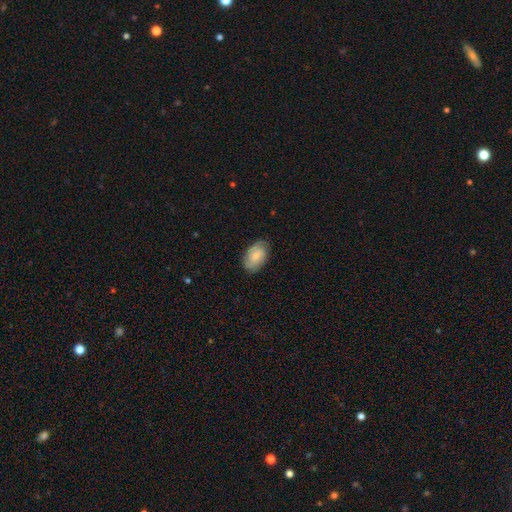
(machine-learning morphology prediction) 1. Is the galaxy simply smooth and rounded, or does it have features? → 56% smooth, 37% featured or disk, 7% star or artifact.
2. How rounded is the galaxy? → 91% in between, 7% round, 2% cigar-shaped.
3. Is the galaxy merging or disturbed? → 79% none, 17% minor disturbance, 4% major disturbance, 1% merger.